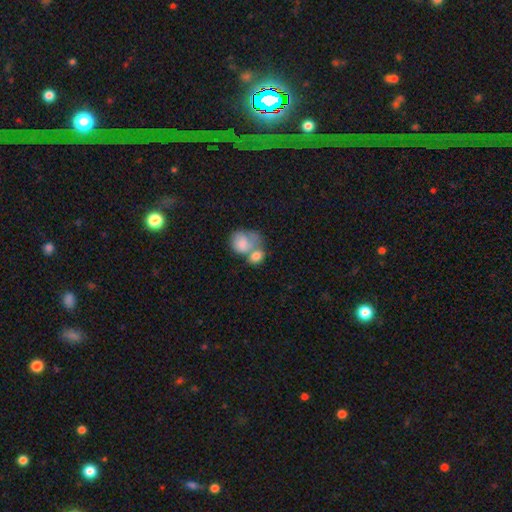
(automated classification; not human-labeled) Morphology: type=smooth (77%); roundness=in between (50%); merging=merger (60%).